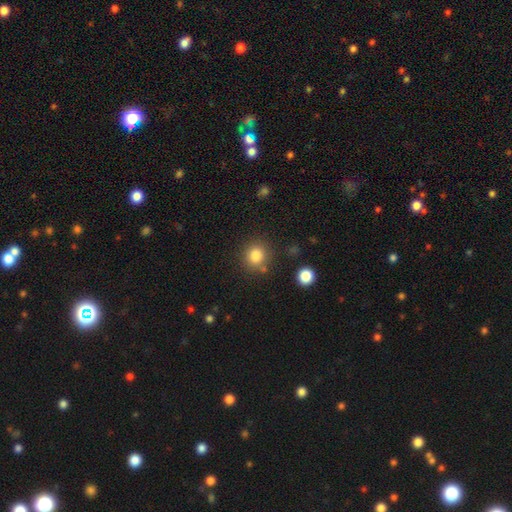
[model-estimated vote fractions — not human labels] The model was most divided on "smooth or featured": smooth: 82%, star or artifact: 12%, featured or disk: 7%. More confident: how rounded — round (86%); merging — none (82%).